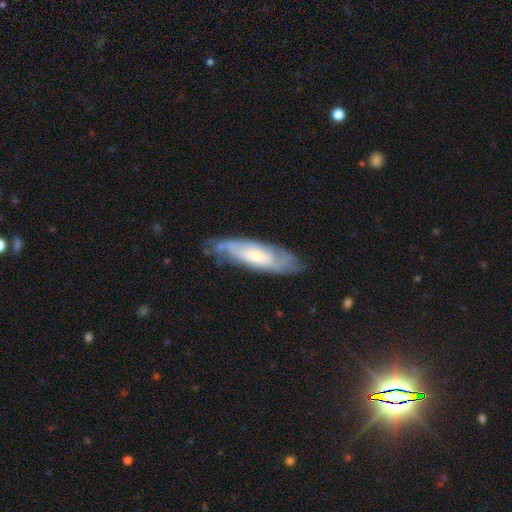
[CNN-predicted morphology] smooth_or_featured: featured or disk (p=0.60) [alt: smooth p=0.34]
disk_edge_on: no (p=0.70) [alt: yes p=0.30]
merging: none (p=0.68) [alt: minor disturbance p=0.23]